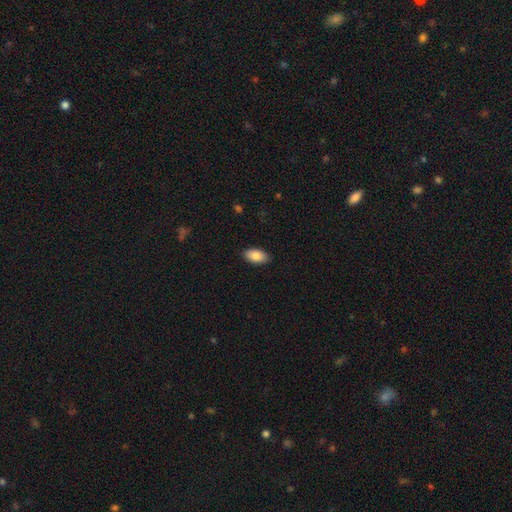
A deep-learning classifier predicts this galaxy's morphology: Smooth or featured? Predicted: smooth (p=0.87). How rounded? Predicted: in between (p=0.94). Merging? Predicted: none (p=0.89).